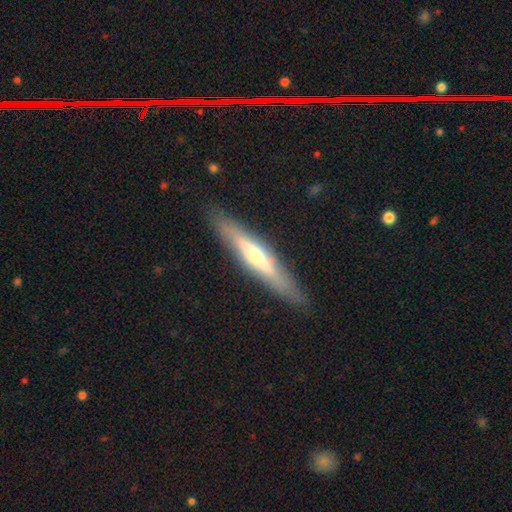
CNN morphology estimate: This is likely a featured or disk galaxy (61%). It is clearly viewed edge-on (89%). Edge-on bulge: likely rounded (72%). Merging: clearly none (88%).